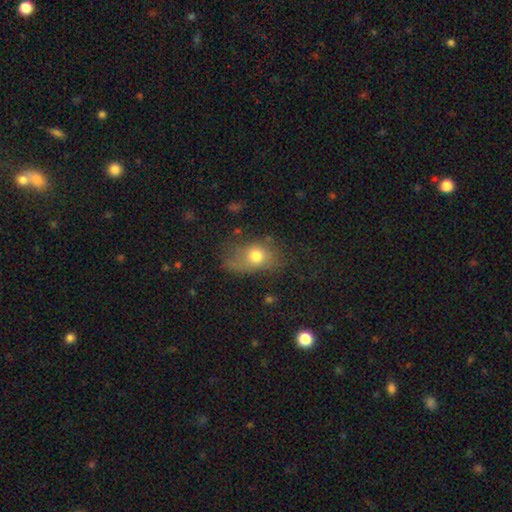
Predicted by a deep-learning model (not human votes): This is likely a smooth galaxy (70%). How rounded: likely in between (68%). Merging: marginally none (43%).